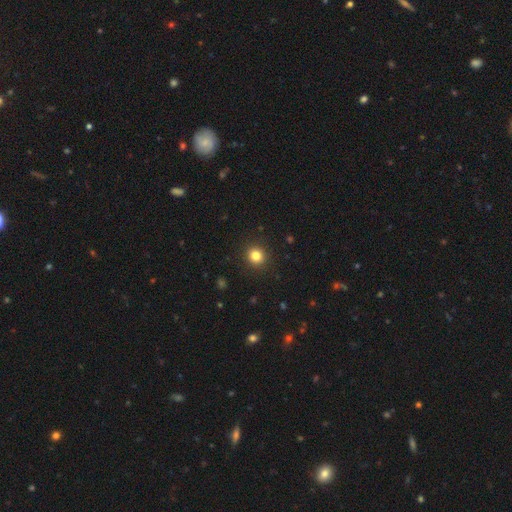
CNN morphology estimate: A smooth galaxy with no disk features (83%) that is round (90%).

Vote fractions:
- Smooth or featured? smooth: 83% / star or artifact: 12% / featured or disk: 5%
- How rounded? round: 90% / in between: 9% / cigar-shaped: 1%
- Merging? none: 92% / minor disturbance: 5% / major disturbance: 2% / merger: 1%